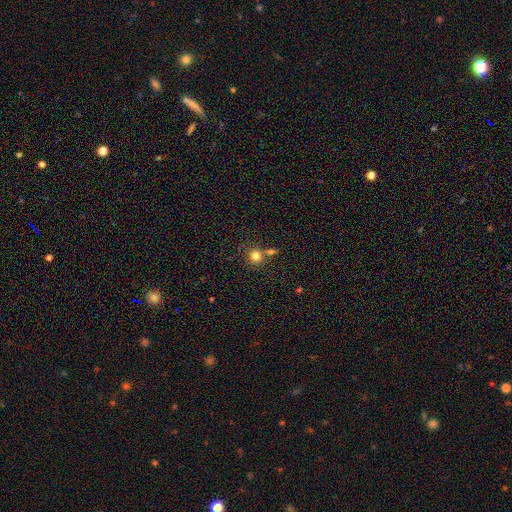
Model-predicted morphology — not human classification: Q: Smooth or featured?
A: smooth (80%); runner-up: star or artifact (13%)
Q: How rounded?
A: round (89%); runner-up: in between (10%)
Q: Merging?
A: none (62%); runner-up: merger (25%)